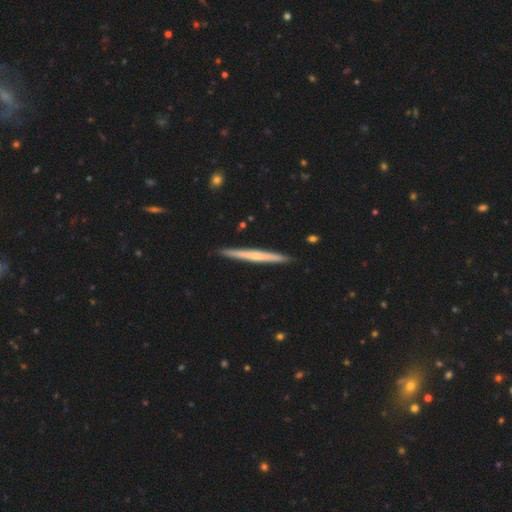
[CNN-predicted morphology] This is possibly a featured or disk galaxy (55%). It is clearly viewed edge-on (97%). Edge-on bulge: possibly none (60%). Merging: clearly none (92%).